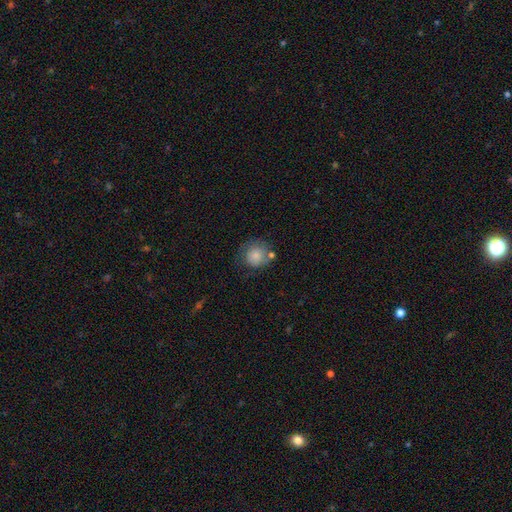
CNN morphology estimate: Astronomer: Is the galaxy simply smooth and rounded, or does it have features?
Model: smooth — 80%.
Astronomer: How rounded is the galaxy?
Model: round — 88%.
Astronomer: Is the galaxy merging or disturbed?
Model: none — 59%.